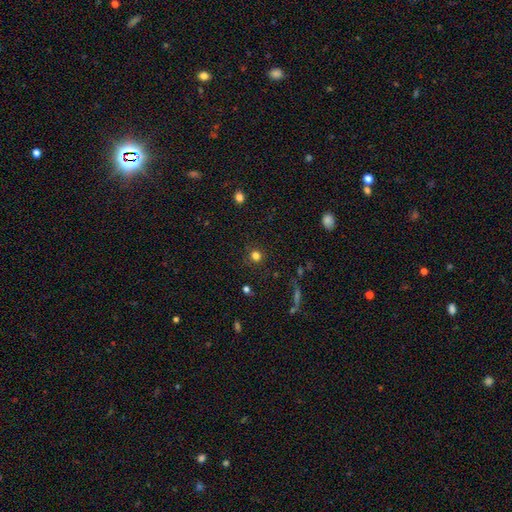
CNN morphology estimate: Smooth or featured: smooth — 78% (star or artifact — 17%)
How rounded: round — 93% (in between — 6%)
Merging: none — 88% (minor disturbance — 7%)